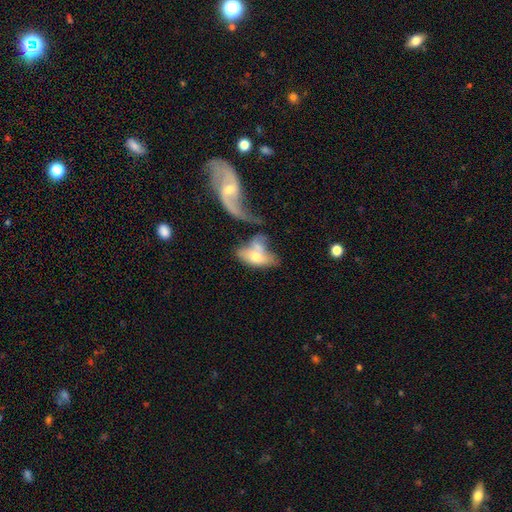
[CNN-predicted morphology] This is possibly a smooth galaxy (53%). How rounded: clearly in between (88%). Merging: possibly merger (52%).